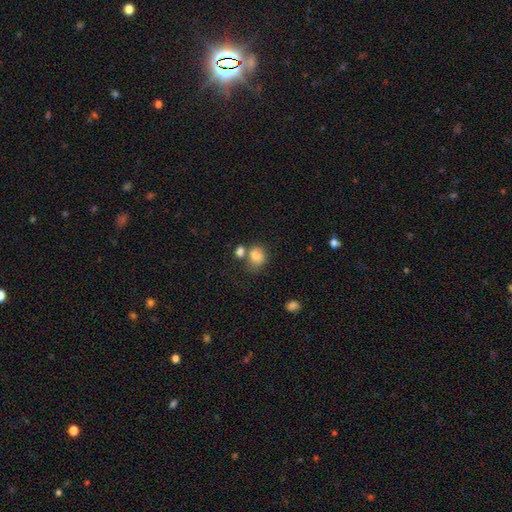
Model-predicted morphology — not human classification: A smooth galaxy with no disk features (81%) that is round (62%). Merging: none (49%).